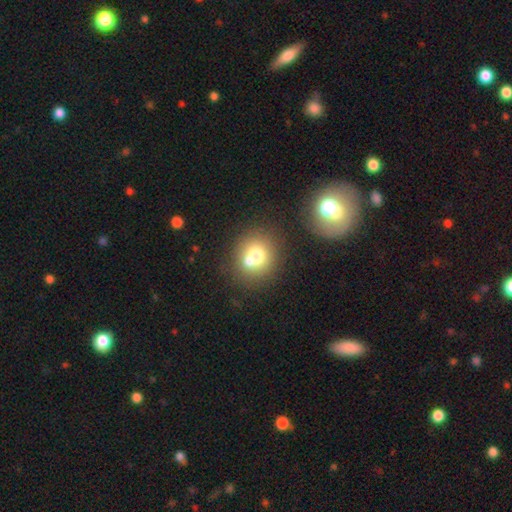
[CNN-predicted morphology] Smooth or featured: smooth — 69% (featured or disk — 20%)
How rounded: round — 84% (in between — 15%)
Merging: none — 51% (merger — 36%)